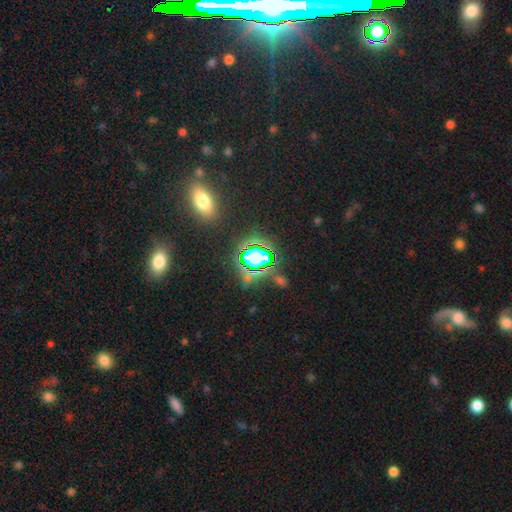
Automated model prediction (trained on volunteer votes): Smooth or featured? Predicted: star or artifact (p=0.71).